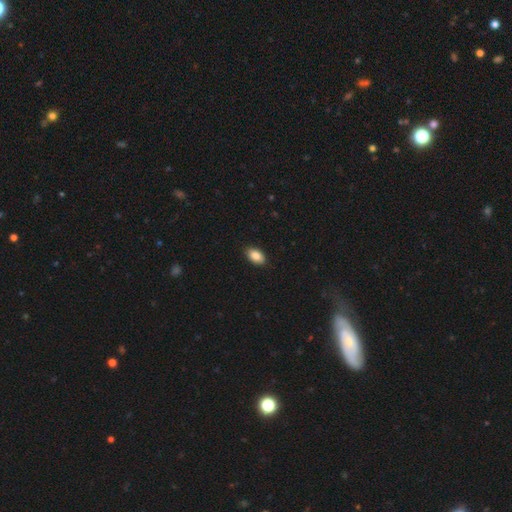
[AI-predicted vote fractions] This appears to be a smooth galaxy with no disk features (88%) that is in between round and cigar-shaped (91%). Merging: none (89%).